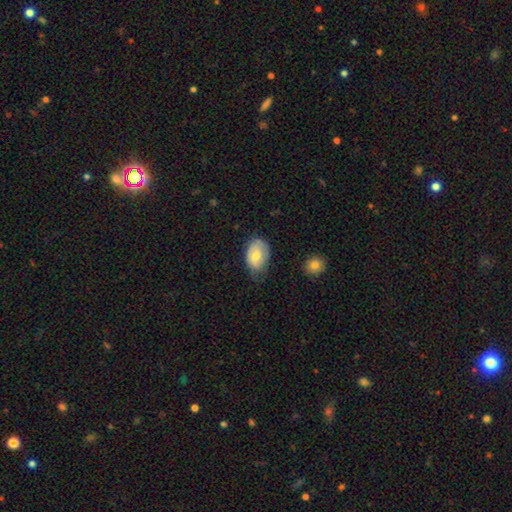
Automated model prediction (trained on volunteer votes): Smooth or featured: smooth — 66% (featured or disk — 28%)
How rounded: in between — 82% (round — 16%)
Merging: none — 53% (minor disturbance — 36%)